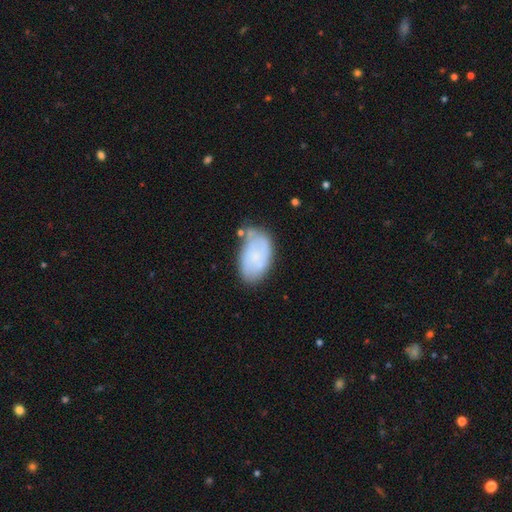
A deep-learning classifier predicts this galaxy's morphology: This appears to be a smooth galaxy with no disk features (57%) that is in between round and cigar-shaped (93%). Merging: none (53%).